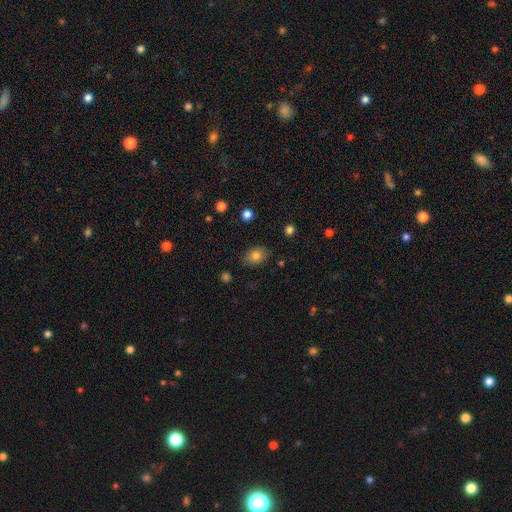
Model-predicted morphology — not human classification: The model was most divided on "how rounded": in between: 73%, round: 26%, cigar-shaped: 1%. More confident: merging — none (84%); smooth or featured — smooth (82%).